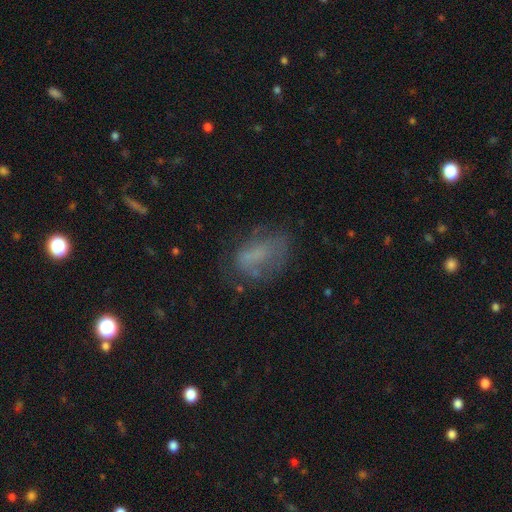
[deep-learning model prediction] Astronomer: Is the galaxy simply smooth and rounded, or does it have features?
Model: smooth — 53% (runner-up: featured or disk, 32%).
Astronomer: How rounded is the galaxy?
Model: in between — 84%.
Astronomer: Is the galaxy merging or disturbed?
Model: none — 50%.